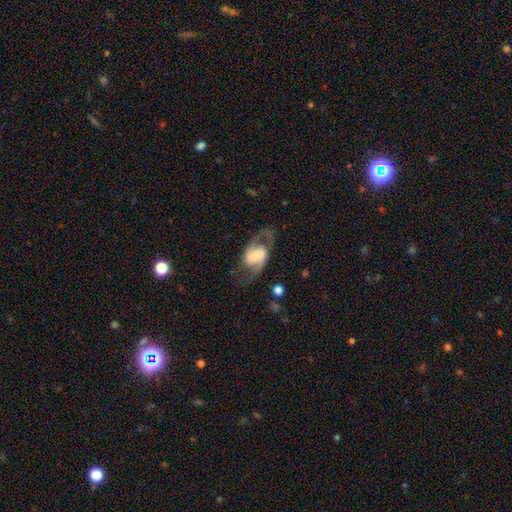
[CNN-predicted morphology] A featured or disk galaxy (80%) with a weak bar (40%), 2 (90%) medium (50%) spiral arms (90%) and a moderate central bulge (45%). Merging: none (69%).